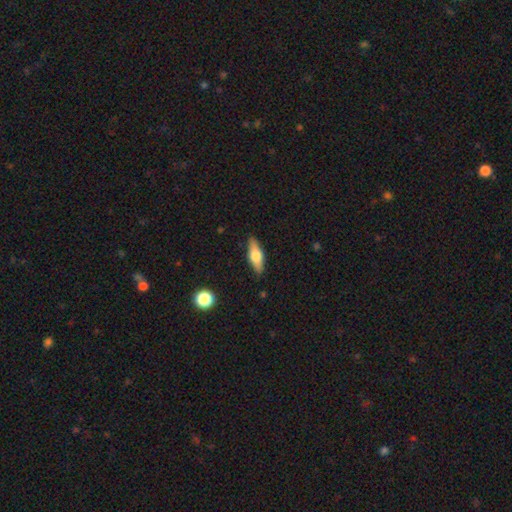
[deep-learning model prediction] A smooth galaxy with no disk features (57%) that is in between round and cigar-shaped (57%).

Vote fractions:
- Smooth or featured? smooth: 57% / featured or disk: 37% / star or artifact: 6%
- How rounded? in between: 57% / cigar-shaped: 40% / round: 3%
- Merging? none: 87% / minor disturbance: 10% / major disturbance: 2% / merger: 1%